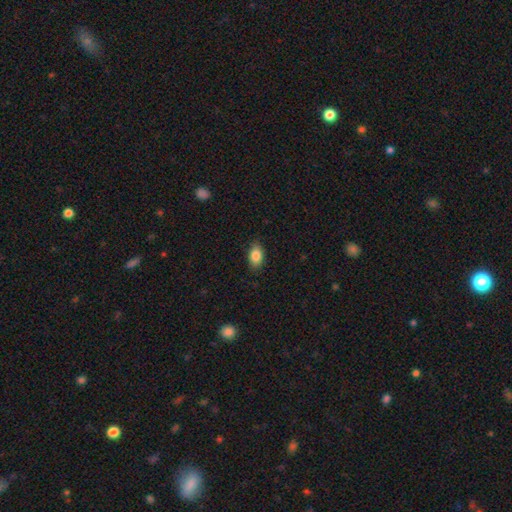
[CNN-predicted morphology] A smooth galaxy with no disk features (86%) that is in between round and cigar-shaped (87%).

Vote fractions:
- Smooth or featured? smooth: 86% / star or artifact: 8% / featured or disk: 7%
- How rounded? in between: 87% / round: 10% / cigar-shaped: 2%
- Merging? none: 84% / minor disturbance: 12% / major disturbance: 2% / merger: 1%